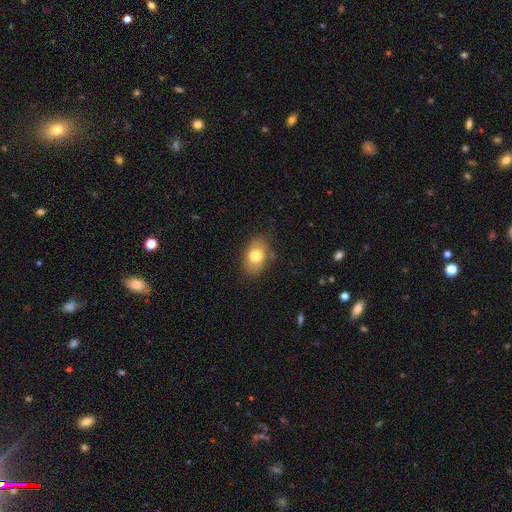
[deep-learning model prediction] A smooth galaxy with no disk features (75%) that is in between round and cigar-shaped (85%).

Vote fractions:
- Smooth or featured? smooth: 75% / featured or disk: 17% / star or artifact: 8%
- How rounded? in between: 85% / round: 14% / cigar-shaped: 2%
- Merging? none: 71% / minor disturbance: 21% / major disturbance: 5% / merger: 2%